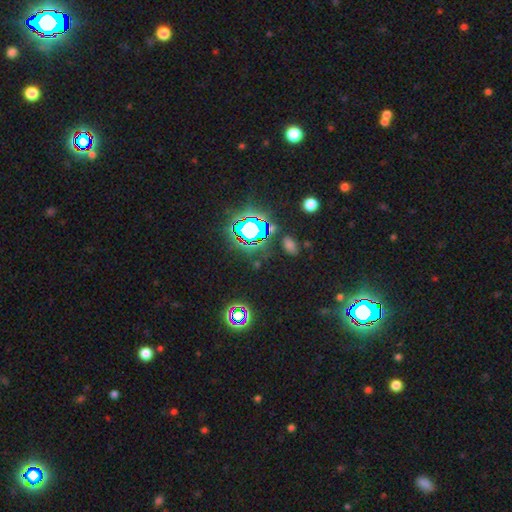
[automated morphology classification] Smooth or featured? star or artifact (82%)